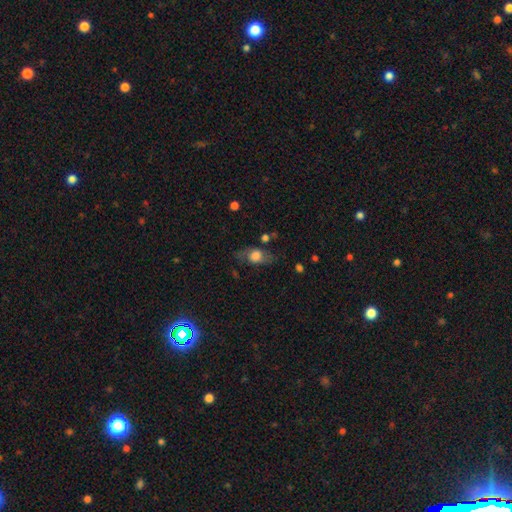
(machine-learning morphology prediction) Smooth or featured? smooth (57%)
How rounded? in between (71%)
Merging? none (66%)